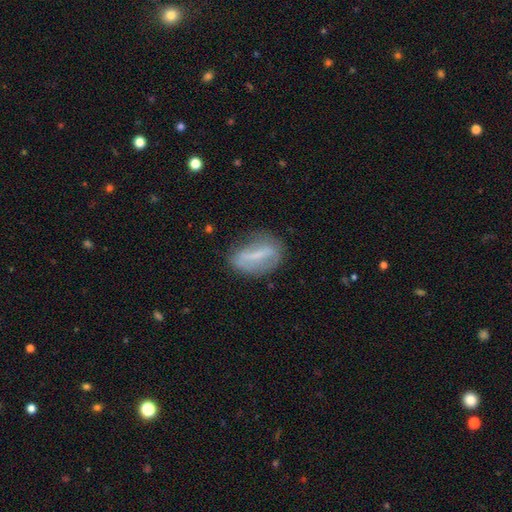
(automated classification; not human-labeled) Overall: featured or disk (54%; smooth 37%). Edge-on disk: no (84%). Merging: none (71%).